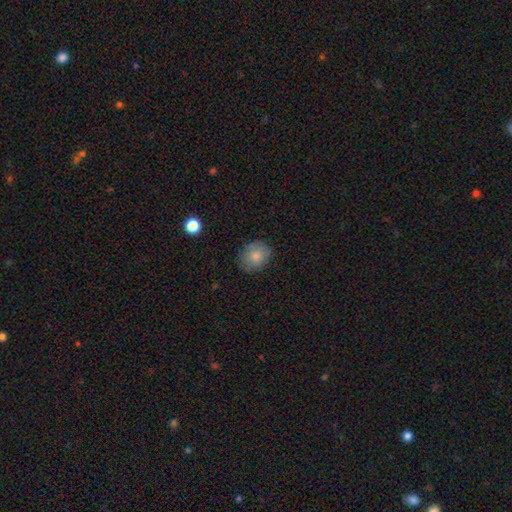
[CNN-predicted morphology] A smooth galaxy with no disk features (81%) that is round (52%). Merging: none (81%).